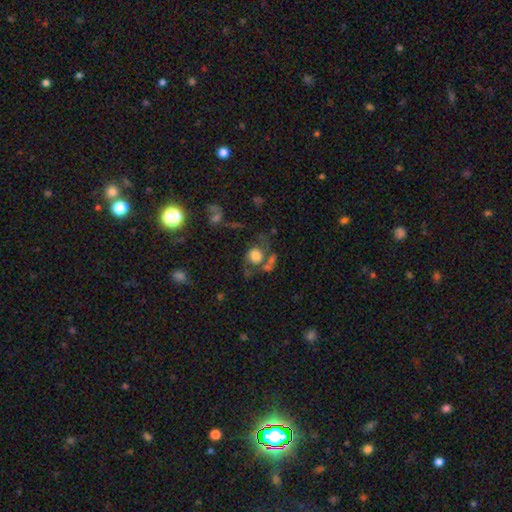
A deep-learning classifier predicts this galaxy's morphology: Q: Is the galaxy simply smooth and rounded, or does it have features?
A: smooth — 55%.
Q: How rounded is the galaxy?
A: round — 70%.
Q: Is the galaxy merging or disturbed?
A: none — 37%.